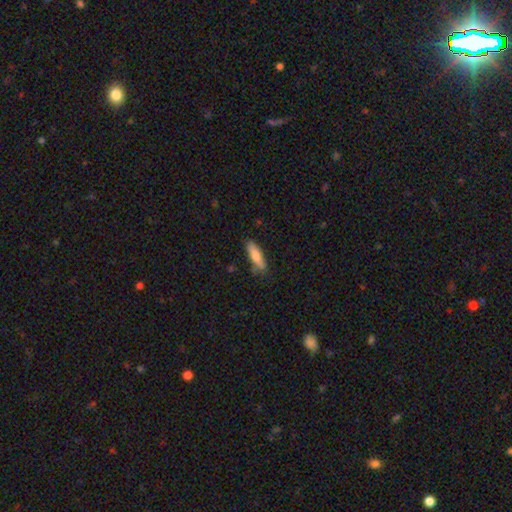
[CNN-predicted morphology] Smooth or featured? smooth (79%)
How rounded? cigar-shaped (65%)
Merging? none (79%)